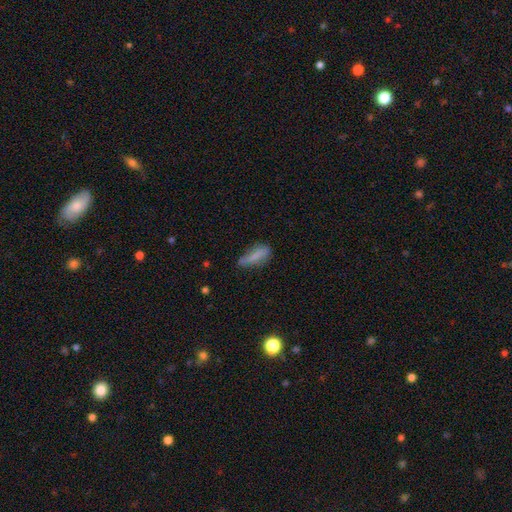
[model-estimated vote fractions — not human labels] This appears to be a smooth galaxy with no disk features (70%) that is cigar-shaped (50%). Merging: none (55%).